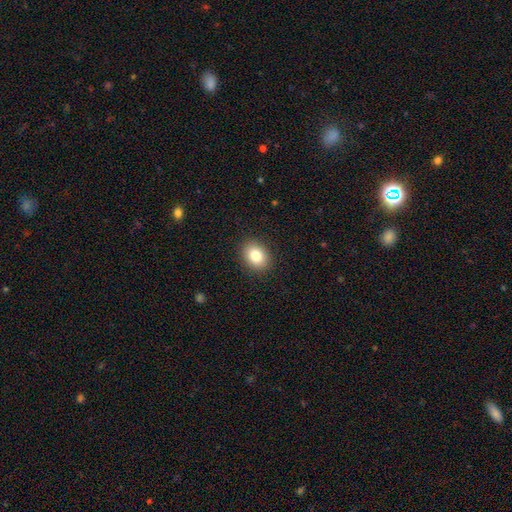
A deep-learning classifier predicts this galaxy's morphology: Smooth or featured?
  - smooth: 83% *
  - star or artifact: 9%
  - featured or disk: 8%
How rounded?
  - in between: 60% *
  - round: 39%
  - cigar-shaped: 1%
Merging?
  - none: 89% *
  - minor disturbance: 8%
  - major disturbance: 2%
  - merger: 1%